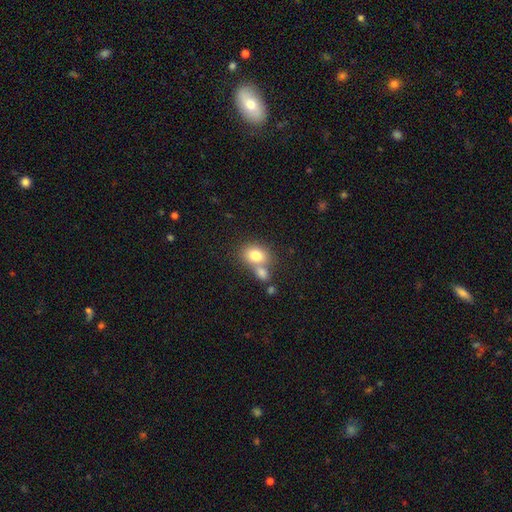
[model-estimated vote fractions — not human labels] smooth-or-featured: smooth: 78% | featured or disk: 12% | star or artifact: 10%
  how-rounded: in between: 61% | round: 38% | cigar-shaped: 1%
  merging: none: 44% | merger: 41% | minor disturbance: 11% | major disturbance: 4%